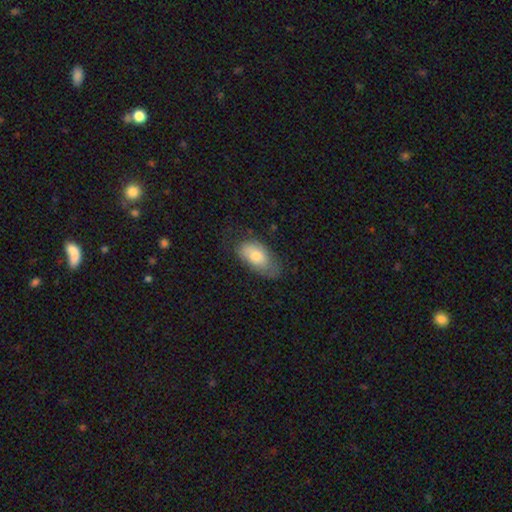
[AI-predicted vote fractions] Morphology: type=smooth (72%); roundness=in between (93%); merging=none (54%).